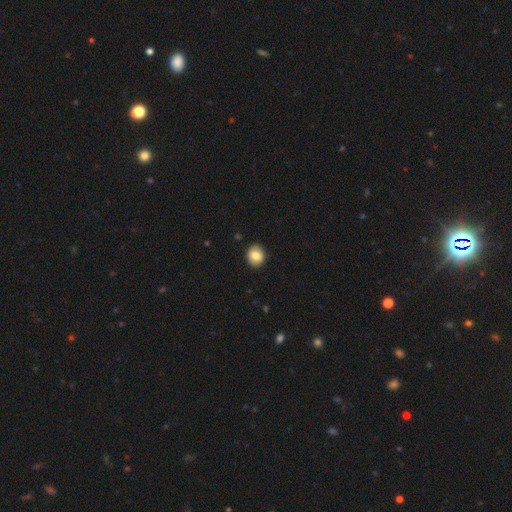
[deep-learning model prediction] smooth_or_featured: smooth (p=0.84) [alt: featured or disk p=0.08]
how_rounded: round (p=0.69) [alt: in between p=0.30]
merging: none (p=0.91) [alt: minor disturbance p=0.07]